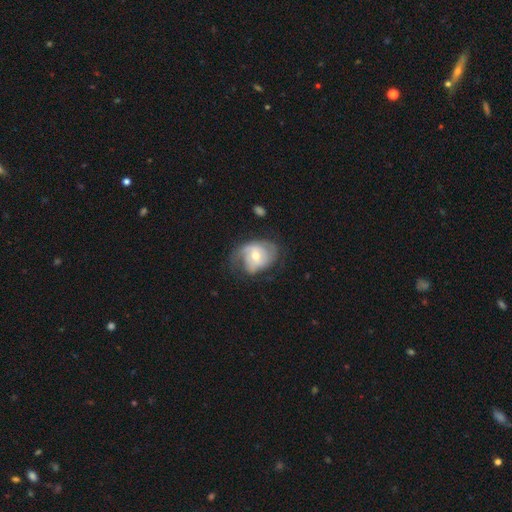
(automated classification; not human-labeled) This appears to be a featured or disk galaxy (70%) with no bar (67%), 2 (39%) tight (41%) spiral arms (81%) and a moderate central bulge (64%). Merging: none (48%).